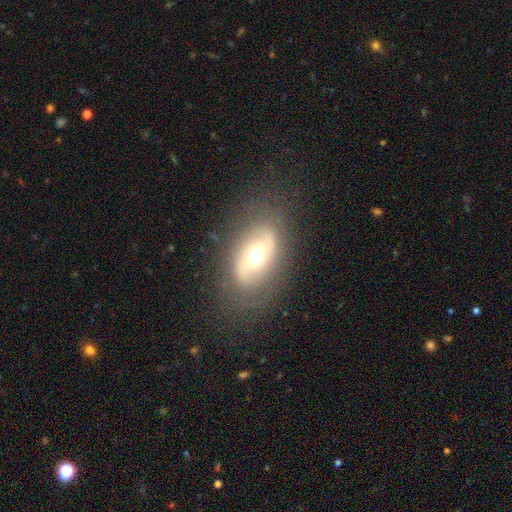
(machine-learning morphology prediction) Smooth or featured? featured or disk (57%)
Edge-on disk? no (91%)
Bar? no (58%)
Spiral arms? yes (55%)
Bulge size? moderate (67%)
Merging? none (78%)